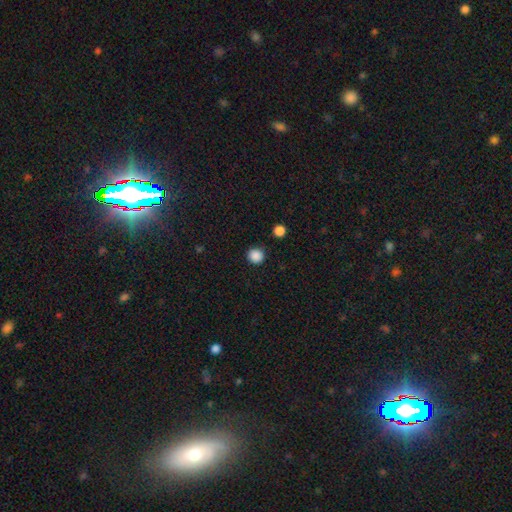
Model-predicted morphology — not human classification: type=smooth (87%); roundness=round (93%); merging=none (90%).